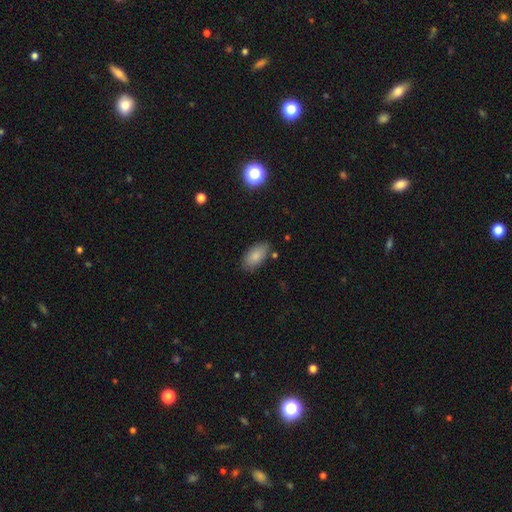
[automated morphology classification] Q: Smooth or featured?
A: smooth (85%); runner-up: featured or disk (8%)
Q: How rounded?
A: in between (93%); runner-up: cigar-shaped (4%)
Q: Merging?
A: none (80%); runner-up: minor disturbance (14%)